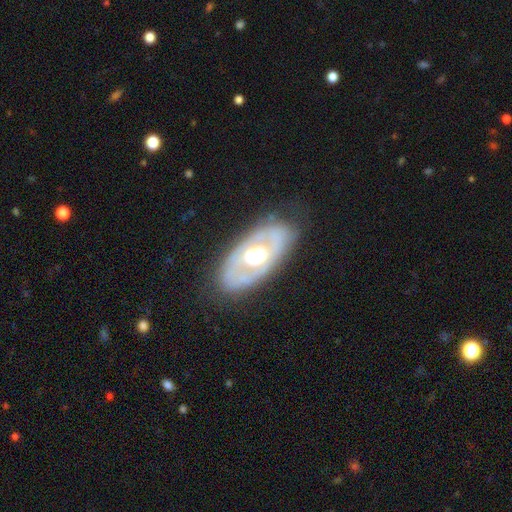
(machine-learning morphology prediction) Smooth or featured? featured or disk (68%)
Edge-on disk? no (88%)
Bar? no (81%)
Spiral arms? no (73%)
Bulge size? moderate (59%)
Merging? none (75%)